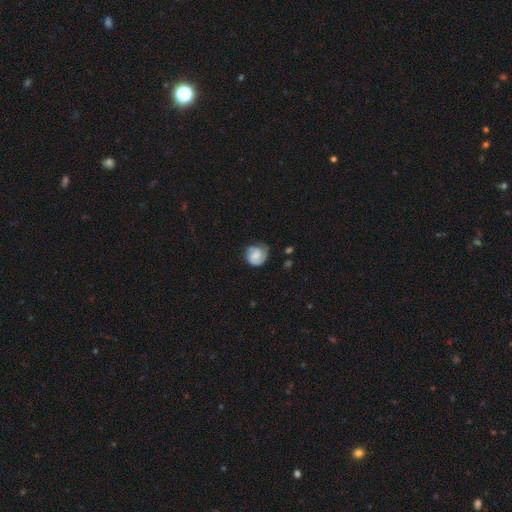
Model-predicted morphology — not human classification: The model was most divided on "bulge size": small: 38%, moderate: 31%, none: 22%, large: 7%, dominant: 2%. More confident: edge-on disk — no (98%); spiral arms — yes (93%); merging — none (67%); spiral arm count — 2 (65%); smooth or featured — featured or disk (64%); bar — no (53%); spiral winding — tight (52%).